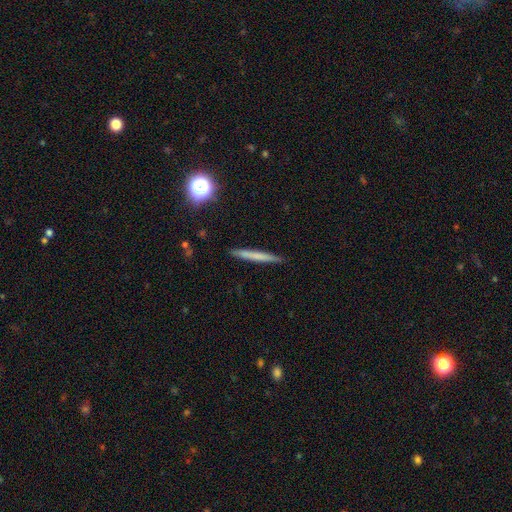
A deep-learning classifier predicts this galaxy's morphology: This is likely a smooth galaxy (60%). How rounded: clearly cigar-shaped (96%). Merging: clearly none (90%).